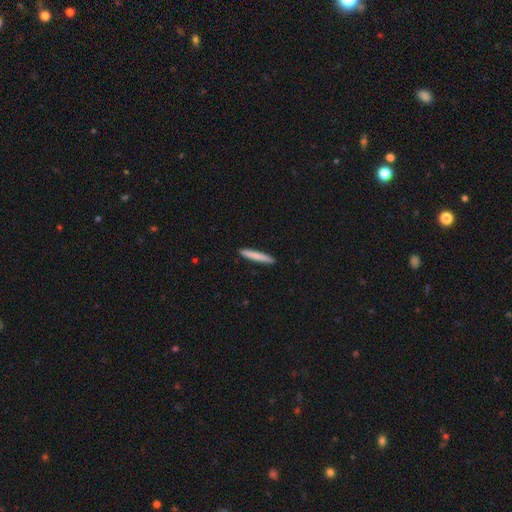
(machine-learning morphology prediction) This appears to be a smooth galaxy with no disk features (80%) that is cigar-shaped (95%). Merging: none (92%).